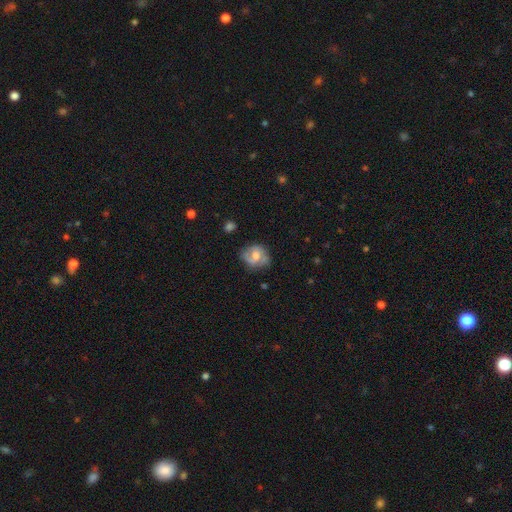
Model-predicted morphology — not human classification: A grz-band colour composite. It shows a featured or disk galaxy (49%). Merging: none (59%).